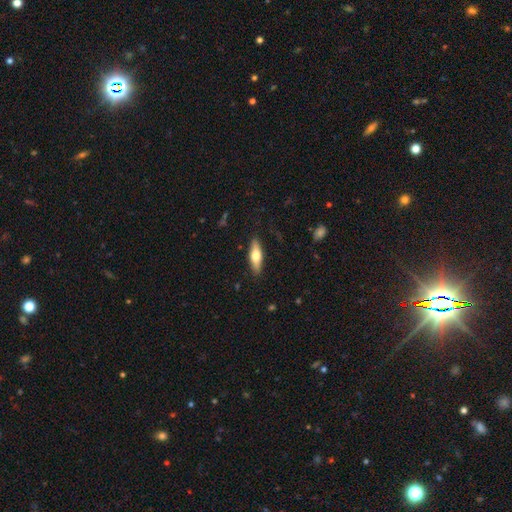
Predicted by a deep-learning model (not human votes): This is possibly a smooth galaxy (57%). How rounded: possibly cigar-shaped (51%). Merging: clearly none (88%).